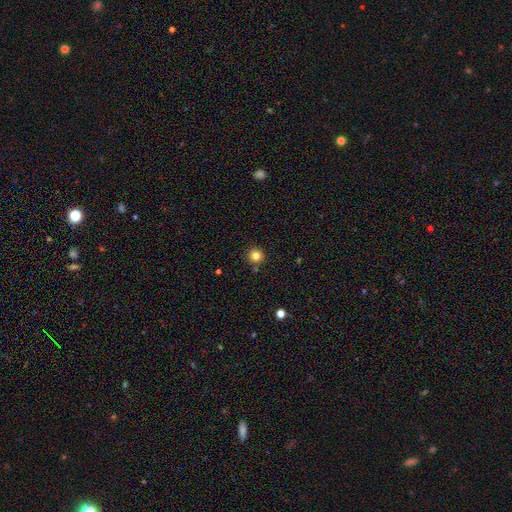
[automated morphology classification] Smooth or featured? smooth (81%)
How rounded? round (95%)
Merging? none (88%)